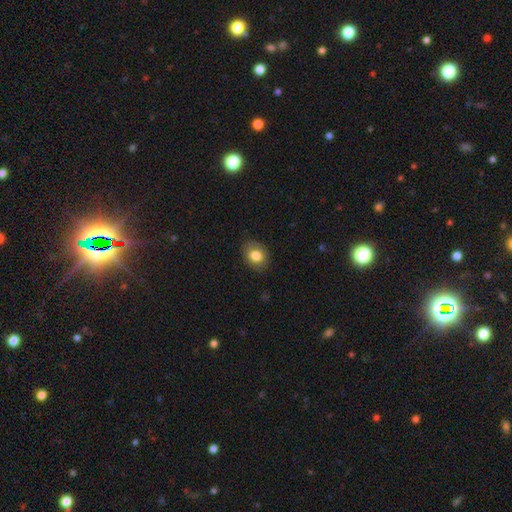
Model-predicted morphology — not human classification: Smooth or featured?
  - smooth: 80% *
  - featured or disk: 12%
  - star or artifact: 8%
How rounded?
  - in between: 63% *
  - round: 36%
  - cigar-shaped: 1%
Merging?
  - none: 84% *
  - minor disturbance: 12%
  - major disturbance: 3%
  - merger: 1%